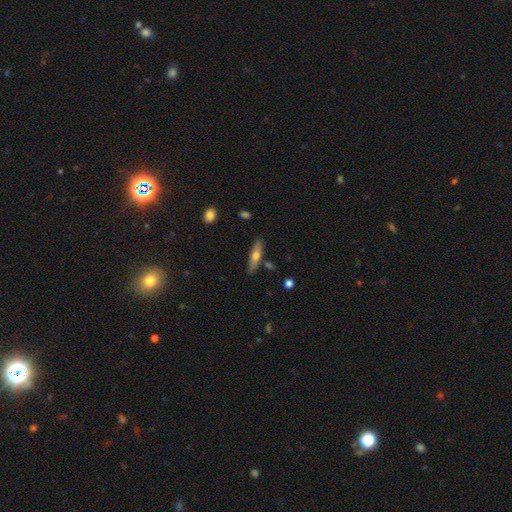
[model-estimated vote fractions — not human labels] Smooth or featured?
  - smooth: 57% *
  - featured or disk: 37%
  - star or artifact: 7%
How rounded?
  - cigar-shaped: 69% *
  - in between: 29%
  - round: 2%
Merging?
  - none: 82% *
  - minor disturbance: 12%
  - merger: 4%
  - major disturbance: 2%